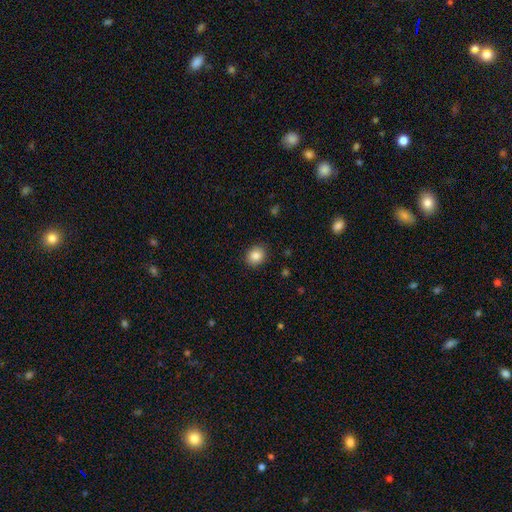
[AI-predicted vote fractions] smooth_or_featured: smooth (p=0.85) [alt: star or artifact p=0.09]
how_rounded: round (p=0.66) [alt: in between p=0.33]
merging: none (p=0.89) [alt: minor disturbance p=0.08]